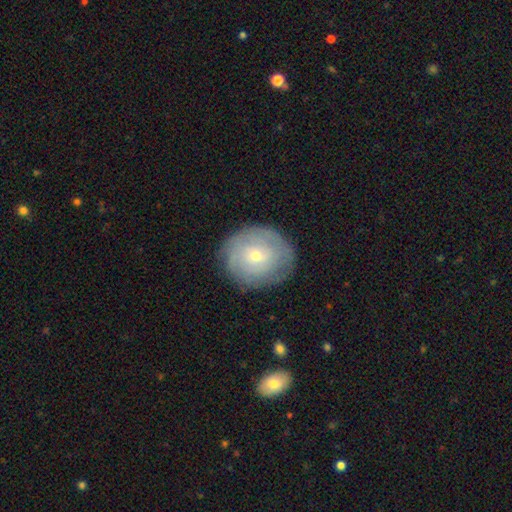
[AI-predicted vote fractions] smooth_or_featured: featured or disk (p=0.49) [alt: smooth p=0.43]
merging: none (p=0.80) [alt: minor disturbance p=0.14]